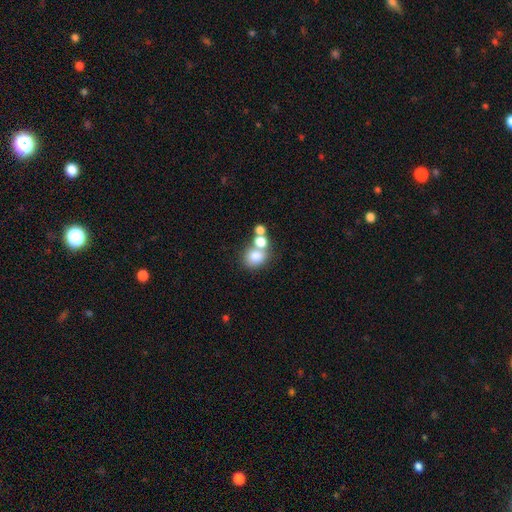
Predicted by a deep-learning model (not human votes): Smooth or featured? smooth (76%)
How rounded? round (60%)
Merging? merger (46%)